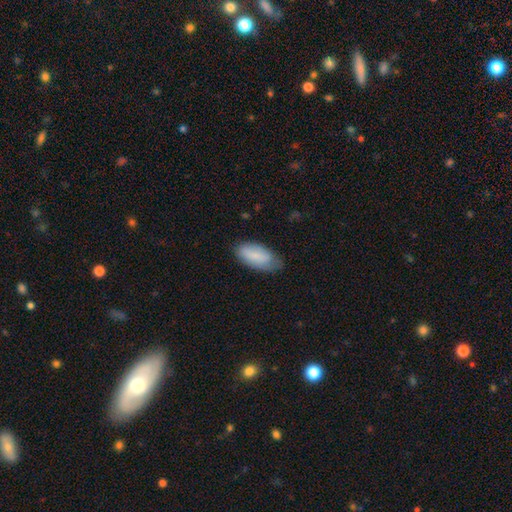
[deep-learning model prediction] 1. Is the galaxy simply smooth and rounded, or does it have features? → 82% smooth, 12% featured or disk, 6% star or artifact.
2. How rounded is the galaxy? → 92% in between, 6% cigar-shaped, 2% round.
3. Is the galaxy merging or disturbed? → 62% none, 31% minor disturbance, 6% major disturbance, 1% merger.